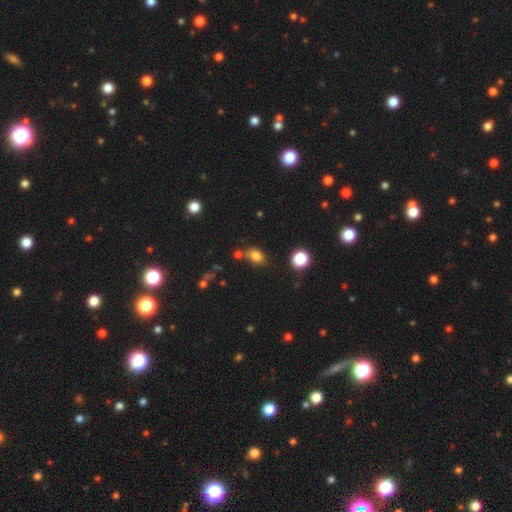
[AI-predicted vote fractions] Smooth or featured? smooth (80%)
How rounded? in between (73%)
Merging? none (62%)